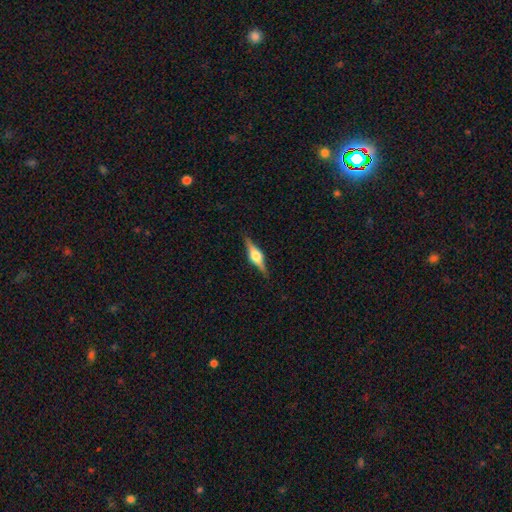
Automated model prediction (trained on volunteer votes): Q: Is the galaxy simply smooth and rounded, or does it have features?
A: featured or disk — 78%.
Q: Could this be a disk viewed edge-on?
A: yes — 98%.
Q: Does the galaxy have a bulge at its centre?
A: rounded — 91%.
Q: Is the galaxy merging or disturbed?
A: none — 89%.